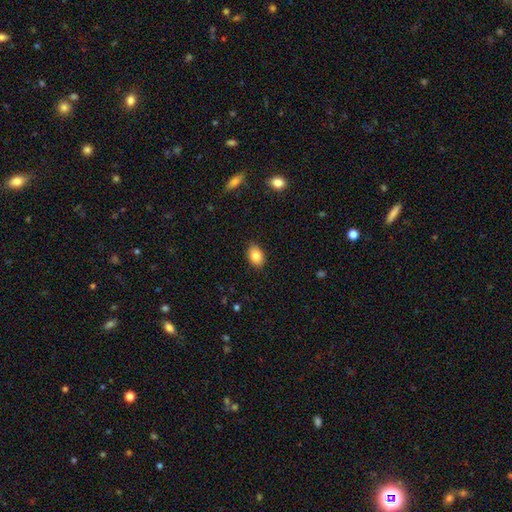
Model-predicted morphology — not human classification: Q: Smooth or featured?
A: smooth (84%); runner-up: featured or disk (8%)
Q: How rounded?
A: in between (83%); runner-up: round (16%)
Q: Merging?
A: none (86%); runner-up: minor disturbance (11%)